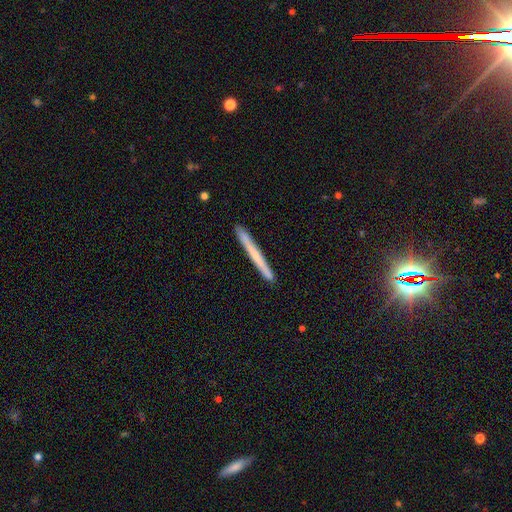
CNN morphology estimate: This appears to be a smooth galaxy with no disk features (52%) that is cigar-shaped (97%). Merging: none (92%).